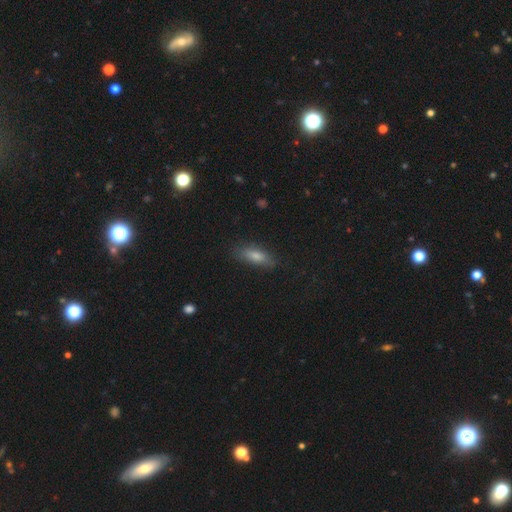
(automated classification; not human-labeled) This appears to be a smooth galaxy with no disk features (73%) that is in between round and cigar-shaped (65%). Merging: none (83%).